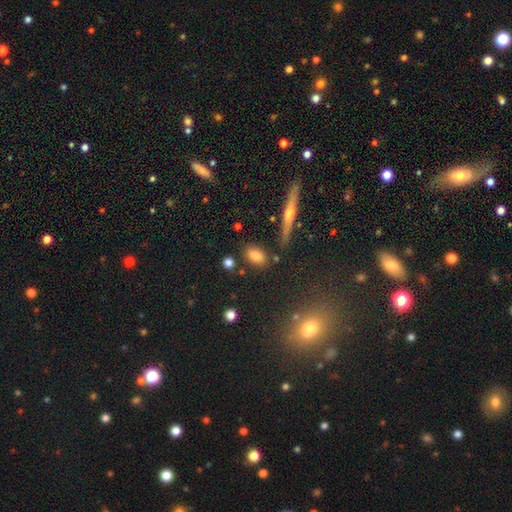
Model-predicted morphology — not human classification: This is clearly a smooth galaxy (81%). How rounded: clearly in between (83%). Merging: clearly none (80%).